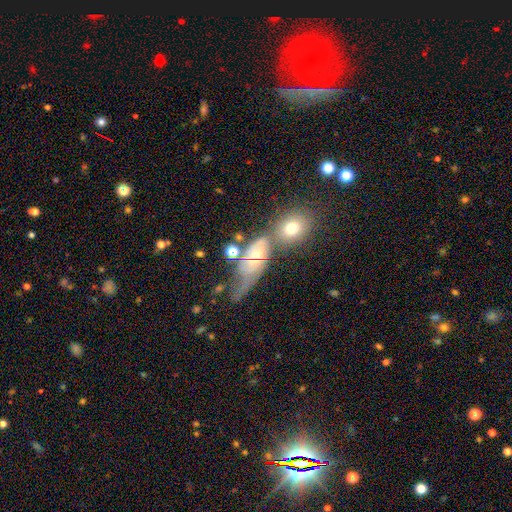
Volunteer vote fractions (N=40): Volunteers were most divided on "merging" (2-way tie): major disturbance: 41%, merger: 41%, minor disturbance: 11%, none: 8%. Remaining: edge-on disk — no (76%); bar — no (74%); bulge size — moderate (74%); spiral winding — tight (64%); smooth or featured — featured or disk (62%); spiral arms — yes (58%); spiral arm count — can't tell (45%).